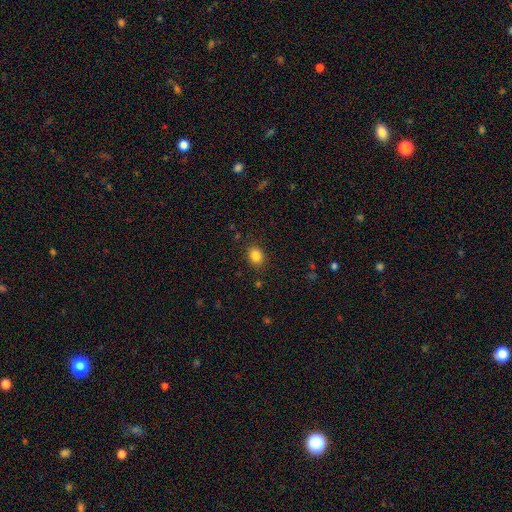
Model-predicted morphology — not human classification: Overall: smooth (84%). How rounded: in between (54%; round 45%). Merging: none (87%).